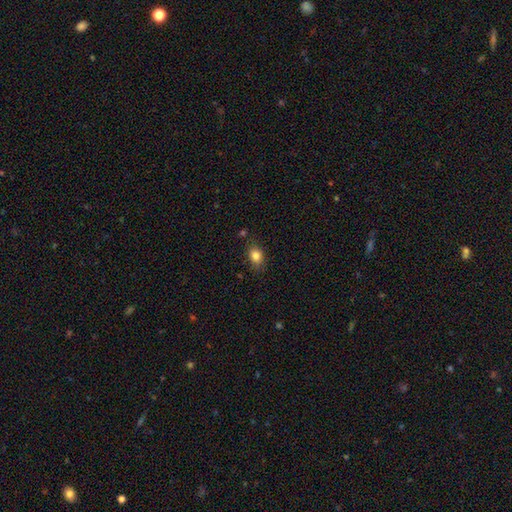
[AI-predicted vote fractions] Morphology: type=smooth (83%); roundness=in between (69%); merging=none (80%).